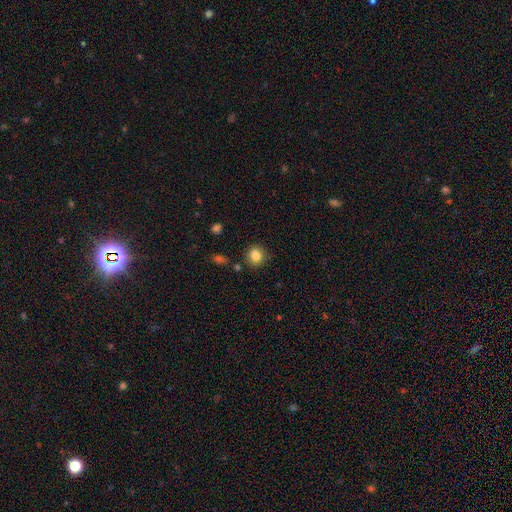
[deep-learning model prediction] This appears to be a smooth galaxy with no disk features (83%) that is round (79%). Merging: none (83%).